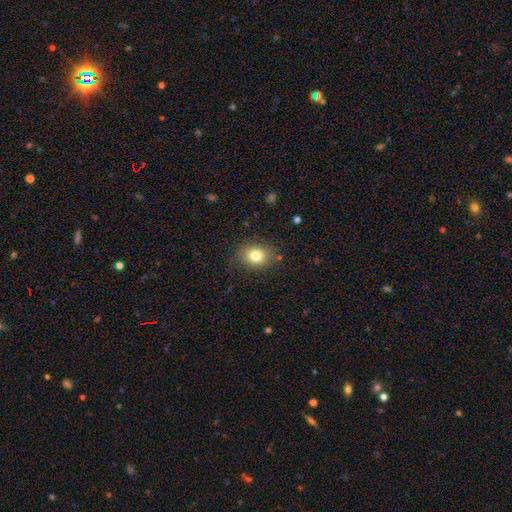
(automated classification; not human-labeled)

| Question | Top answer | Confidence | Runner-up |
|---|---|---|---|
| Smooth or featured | smooth | 80% | star or artifact (11%) |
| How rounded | round | 50% | in between (49%) |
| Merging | none | 84% | minor disturbance (11%) |